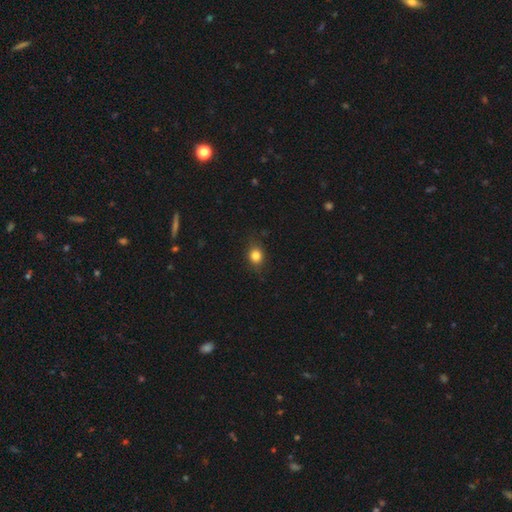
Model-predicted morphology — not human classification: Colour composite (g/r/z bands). It shows a smooth galaxy with no disk features (82%) that is round (68%). Merging: none (81%).